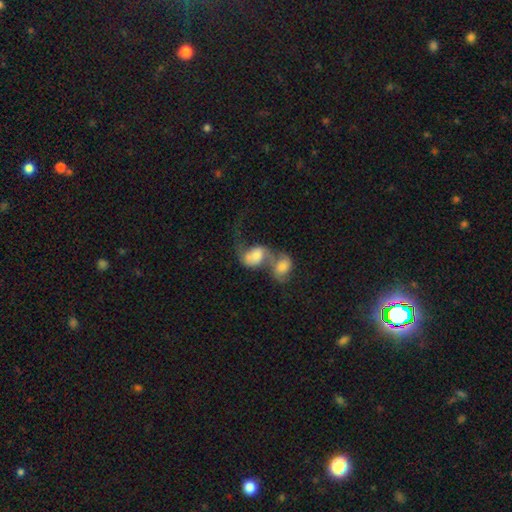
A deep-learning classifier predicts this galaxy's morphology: Smooth or featured? Predicted: featured or disk (p=0.47). Merging? Predicted: merger (p=0.78).